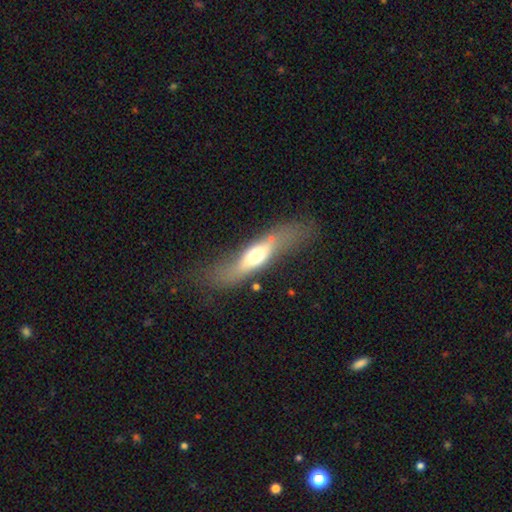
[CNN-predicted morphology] smooth-or-featured: smooth: 47% (tied) | featured or disk: 47% (tied) | star or artifact: 7%
  merging: none: 59% | minor disturbance: 20% | major disturbance: 16% | merger: 5%